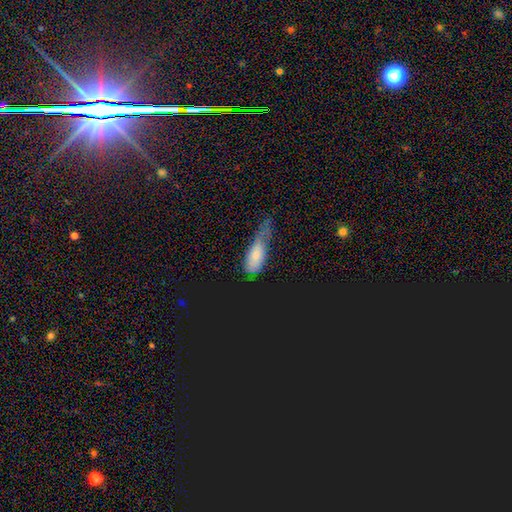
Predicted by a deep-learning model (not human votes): The model was most divided on "merging": minor disturbance: 39%, major disturbance: 29%, none: 28%, merger: 4%. More confident: how rounded — in between (72%); smooth or featured — smooth (64%).